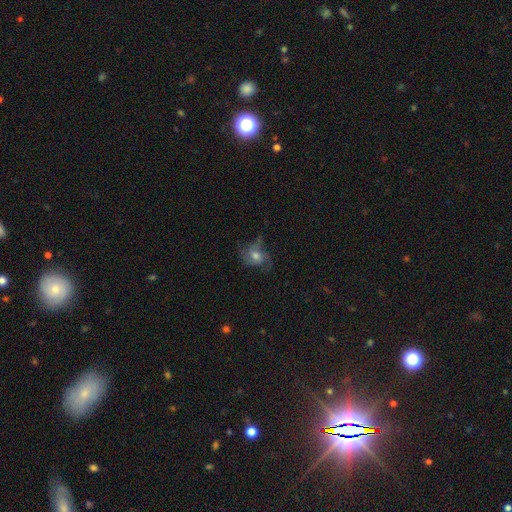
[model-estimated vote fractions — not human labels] smooth-or-featured: featured or disk: 52% | smooth: 36% | star or artifact: 12%
  disk-edge-on: no: 96% | yes: 4%
    bar: no: 75% | weak: 21% | strong: 4%
    has-spiral-arms: yes: 79% | no: 21%
    bulge-size: moderate: 61% | small: 20% | large: 13% | none: 4% | dominant: 2%
  merging: none: 50% | minor disturbance: 24% | major disturbance: 23% | merger: 3%